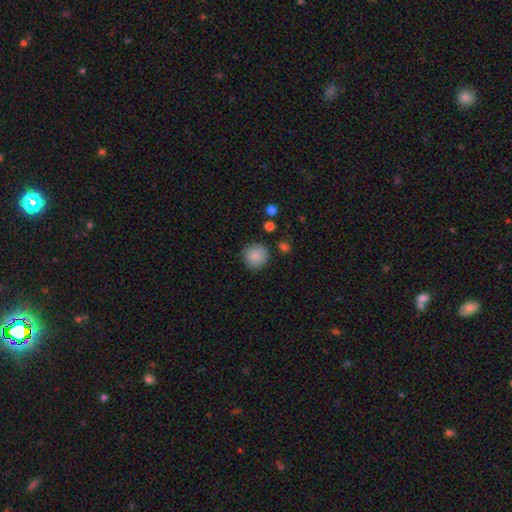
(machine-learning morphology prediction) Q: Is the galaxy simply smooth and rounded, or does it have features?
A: smooth — 87%.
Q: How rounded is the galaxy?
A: round — 93%.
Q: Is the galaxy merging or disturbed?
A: none — 87%.